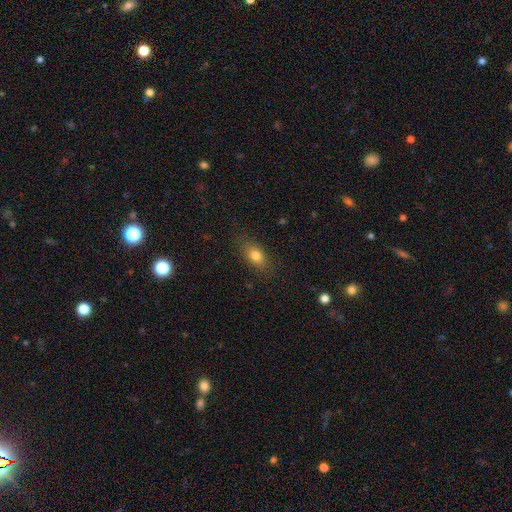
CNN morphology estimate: Smooth or featured? Predicted: smooth (p=0.79). How rounded? Predicted: in between (p=0.81). Merging? Predicted: none (p=0.82).